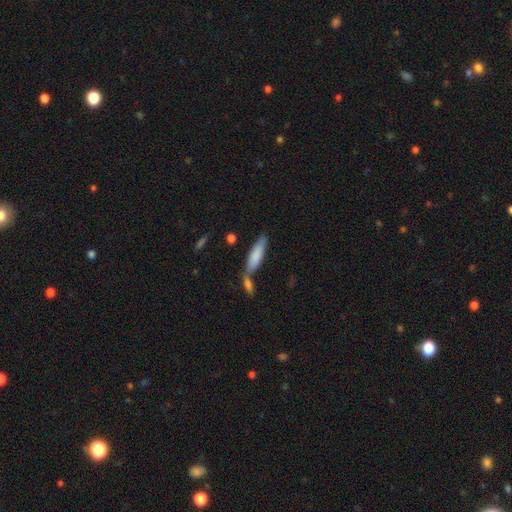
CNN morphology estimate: Smooth or featured?
  - smooth: 80% *
  - featured or disk: 15%
  - star or artifact: 6%
How rounded?
  - cigar-shaped: 62% *
  - in between: 36%
  - round: 2%
Merging?
  - none: 53% *
  - merger: 30%
  - minor disturbance: 13%
  - major disturbance: 4%